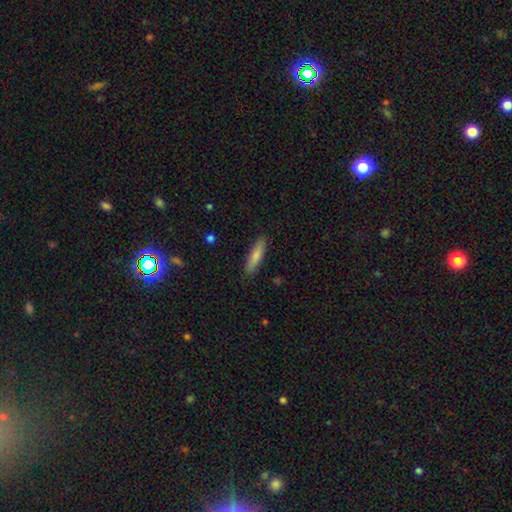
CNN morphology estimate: smooth_or_featured: smooth (p=0.78) [alt: featured or disk p=0.16]
how_rounded: cigar-shaped (p=0.79) [alt: in between p=0.19]
merging: none (p=0.88) [alt: minor disturbance p=0.09]